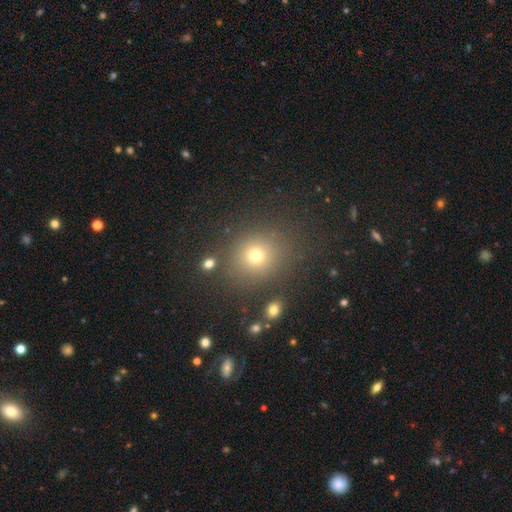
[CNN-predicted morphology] smooth 71%, star or artifact 19%, featured or disk 9%. Down the decision tree: how rounded — round (77%); merging — none (81%).